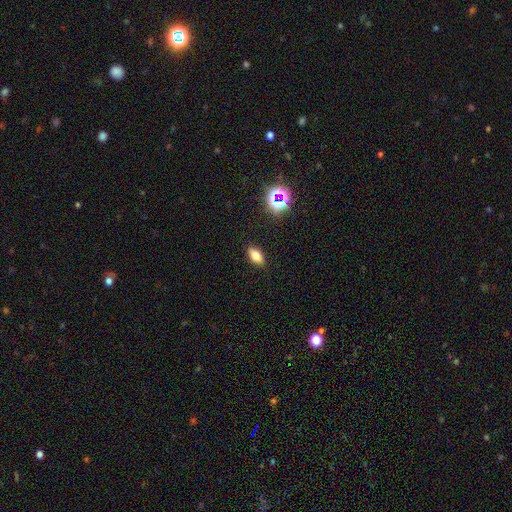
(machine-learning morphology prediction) Q: Smooth or featured?
A: smooth (74%); runner-up: star or artifact (14%)
Q: How rounded?
A: in between (87%); runner-up: cigar-shaped (7%)
Q: Merging?
A: none (89%); runner-up: minor disturbance (8%)